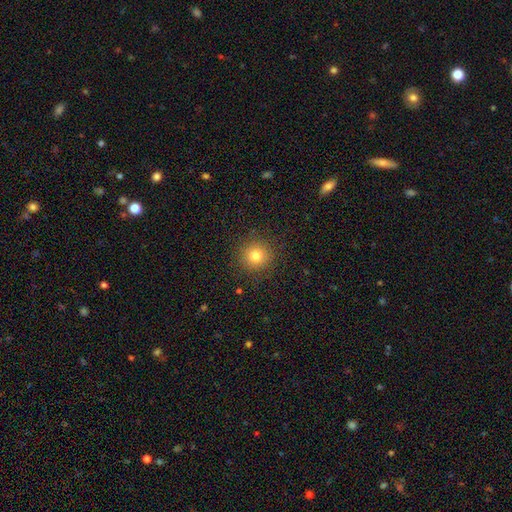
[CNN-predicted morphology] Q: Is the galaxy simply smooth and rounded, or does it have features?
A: smooth — 78%.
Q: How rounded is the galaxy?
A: round — 94%.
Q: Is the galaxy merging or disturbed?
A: none — 90%.